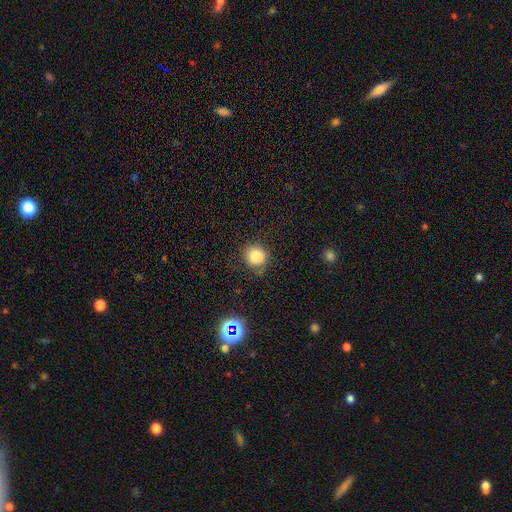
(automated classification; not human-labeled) Smooth or featured? smooth (82%)
How rounded? round (84%)
Merging? none (77%)